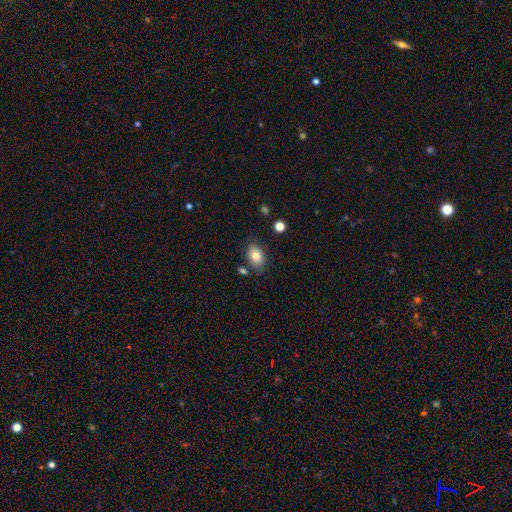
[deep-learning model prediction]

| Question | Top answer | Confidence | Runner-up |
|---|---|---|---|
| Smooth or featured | smooth | 82% | featured or disk (10%) |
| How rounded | in between | 85% | round (14%) |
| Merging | none | 78% | minor disturbance (14%) |